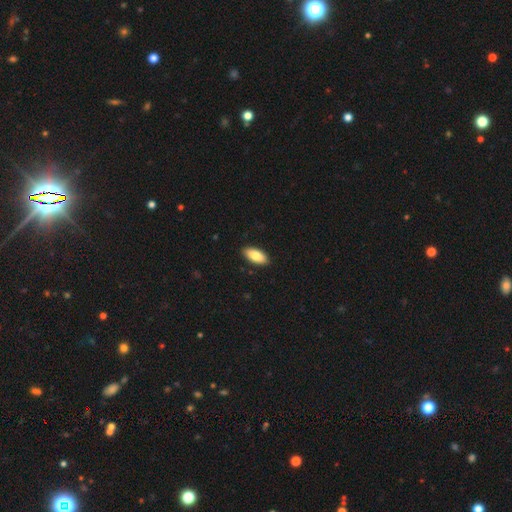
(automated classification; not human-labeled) smooth_or_featured: smooth (p=0.84) [alt: featured or disk p=0.10]
how_rounded: in between (p=0.90) [alt: cigar-shaped p=0.08]
merging: none (p=0.90) [alt: minor disturbance p=0.07]